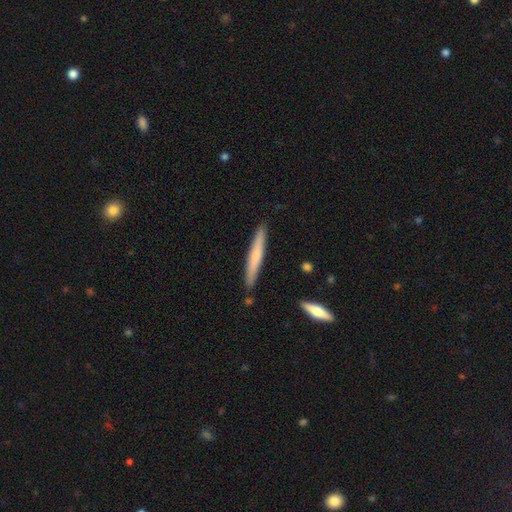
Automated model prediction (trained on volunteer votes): Smooth or featured?
  - smooth: 60% *
  - featured or disk: 34%
  - star or artifact: 5%
How rounded?
  - cigar-shaped: 95% *
  - in between: 4%
  - round: 1%
Merging?
  - none: 88% *
  - minor disturbance: 9%
  - merger: 2%
  - major disturbance: 1%